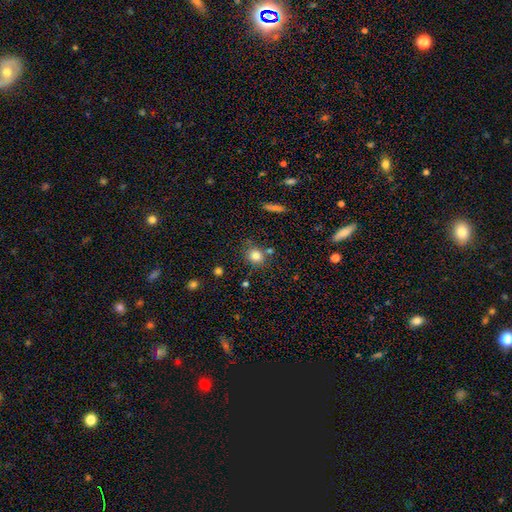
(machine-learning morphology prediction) type=smooth (81%); roundness=round (79%); merging=none (74%).